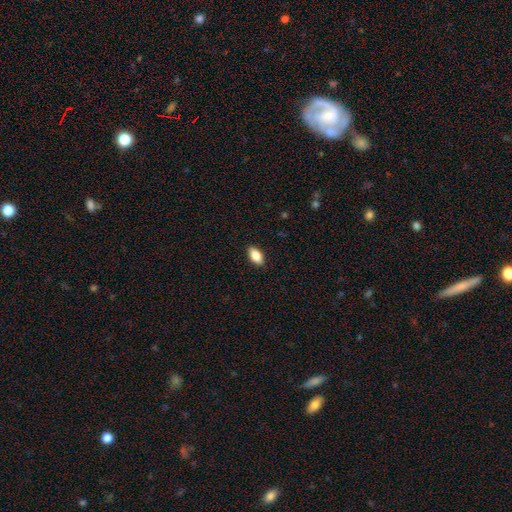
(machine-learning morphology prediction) smooth-or-featured: smooth: 83% | featured or disk: 10% | star or artifact: 7%
  how-rounded: in between: 90% | cigar-shaped: 6% | round: 4%
  merging: none: 89% | minor disturbance: 8% | major disturbance: 2% | merger: 1%